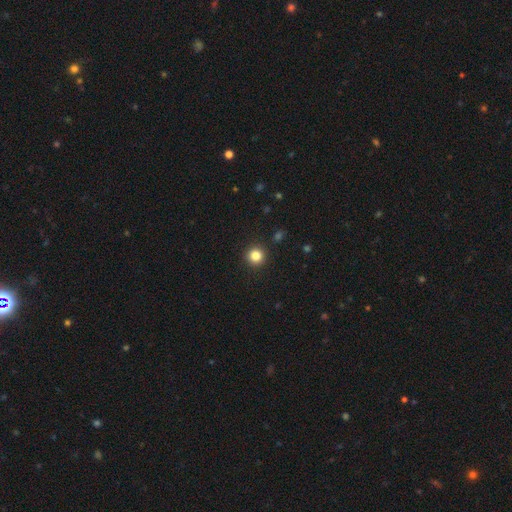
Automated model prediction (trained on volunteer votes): Smooth or featured: smooth — 84% (star or artifact — 12%)
How rounded: round — 95% (in between — 4%)
Merging: none — 93% (minor disturbance — 5%)